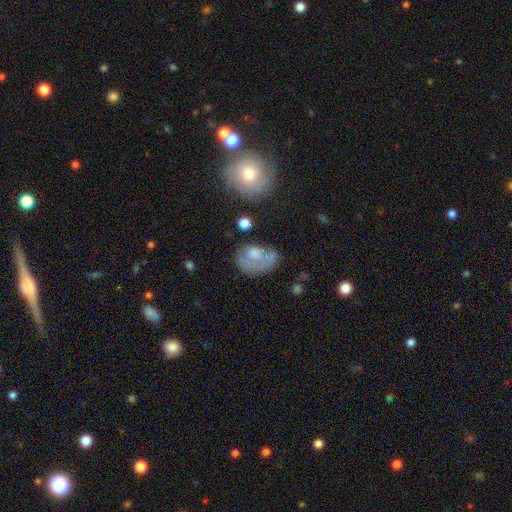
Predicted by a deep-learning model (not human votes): Morphology: type=smooth (59%); roundness=in between (71%); merging=none (34%).